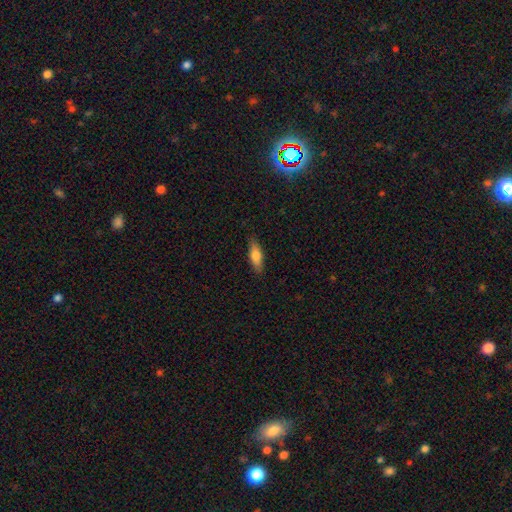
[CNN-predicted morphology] type=smooth (73%); roundness=in between (57%); merging=none (86%).